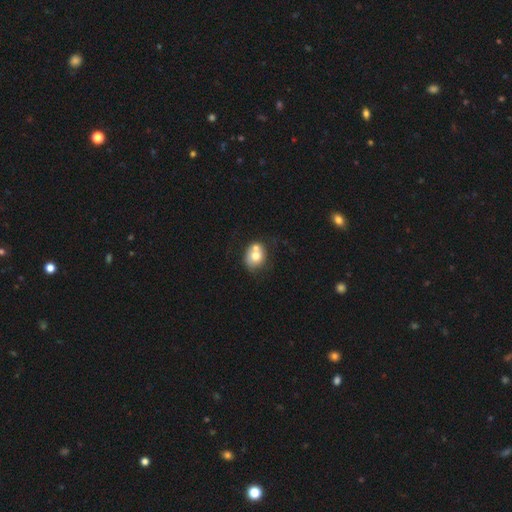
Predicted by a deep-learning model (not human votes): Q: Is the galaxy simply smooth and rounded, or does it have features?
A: smooth — 68%.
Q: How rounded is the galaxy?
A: round — 57%.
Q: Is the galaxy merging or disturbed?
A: merger — 45%.